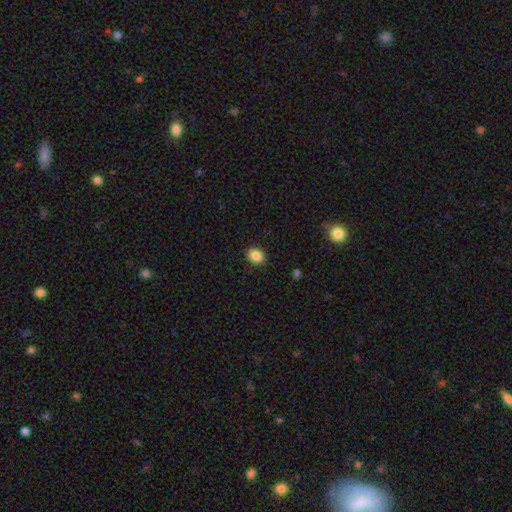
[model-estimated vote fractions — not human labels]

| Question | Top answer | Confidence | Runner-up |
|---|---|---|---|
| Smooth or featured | smooth | 87% | star or artifact (9%) |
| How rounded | in between | 60% | round (39%) |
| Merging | none | 89% | minor disturbance (8%) |